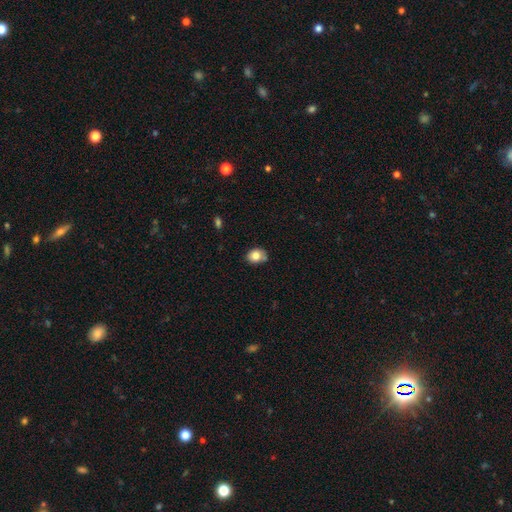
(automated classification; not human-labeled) A smooth galaxy with no disk features (81%) that is in between round and cigar-shaped (54%). Merging: none (69%).